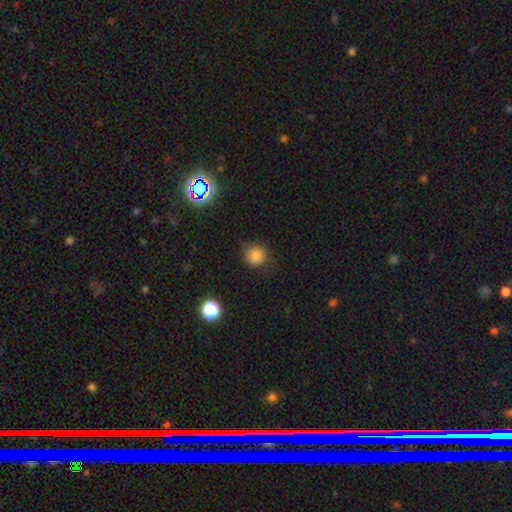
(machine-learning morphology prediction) This appears to be a smooth galaxy with no disk features (82%) that is round (90%). Merging: none (78%).